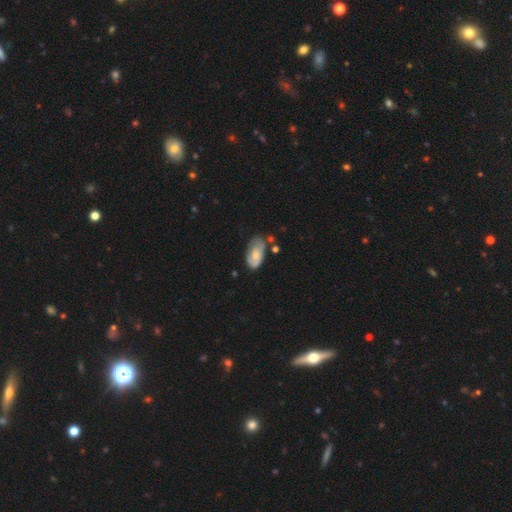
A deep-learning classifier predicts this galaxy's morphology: Smooth or featured?
  - smooth: 55% *
  - featured or disk: 39%
  - star or artifact: 6%
How rounded?
  - in between: 93% *
  - round: 4%
  - cigar-shaped: 3%
Merging?
  - none: 52% *
  - minor disturbance: 32%
  - major disturbance: 9%
  - merger: 7%